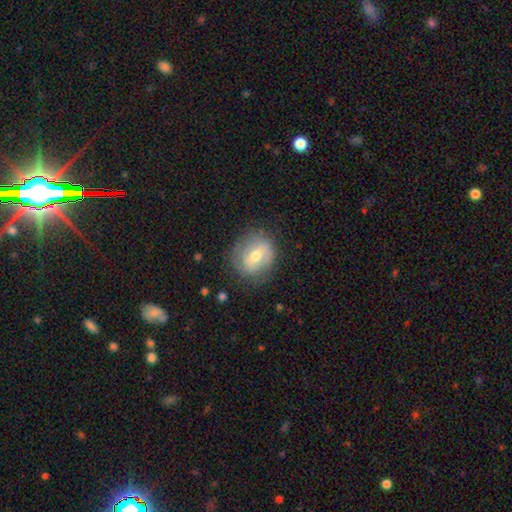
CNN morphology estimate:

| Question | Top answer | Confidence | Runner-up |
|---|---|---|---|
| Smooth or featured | featured or disk | 51% | smooth (42%) |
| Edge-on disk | no | 95% | yes (5%) |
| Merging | none | 75% | minor disturbance (18%) |